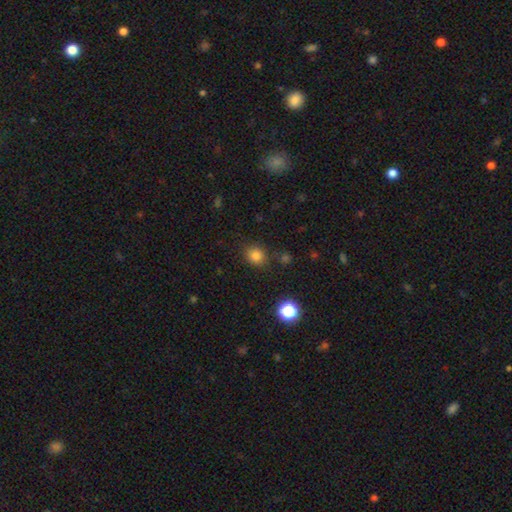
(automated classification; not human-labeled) smooth_or_featured: smooth (p=0.81) [alt: star or artifact p=0.14]
how_rounded: round (p=0.79) [alt: in between p=0.20]
merging: none (p=0.82) [alt: minor disturbance p=0.11]